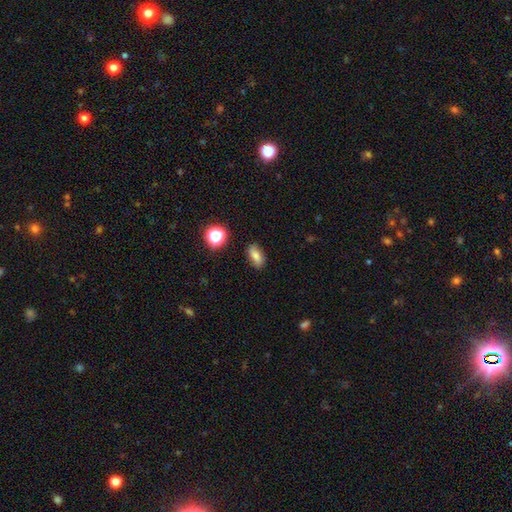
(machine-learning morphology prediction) A smooth galaxy with no disk features (73%) that is in between round and cigar-shaped (82%).

Vote fractions:
- Smooth or featured? smooth: 73% / featured or disk: 15% / star or artifact: 12%
- How rounded? in between: 82% / round: 9% / cigar-shaped: 9%
- Merging? none: 84% / minor disturbance: 11% / major disturbance: 3% / merger: 2%